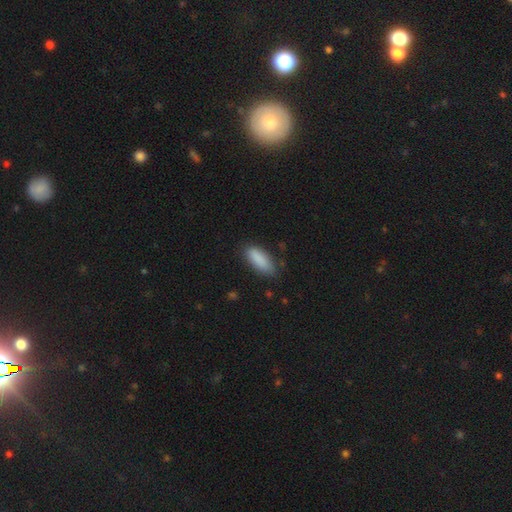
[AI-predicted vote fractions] The model was most divided on "how rounded": in between: 70%, cigar-shaped: 28%, round: 2%. More confident: smooth or featured — smooth (88%); merging — none (79%).